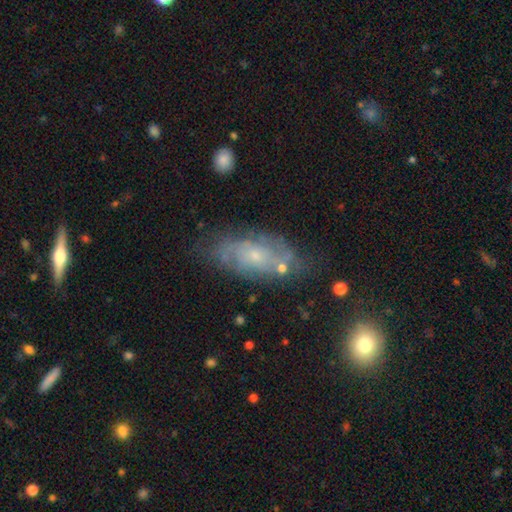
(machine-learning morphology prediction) A featured or disk galaxy (67%) with no bar (76%), spiral arms (81%) and a small central bulge (71%). Merging: none (65%).